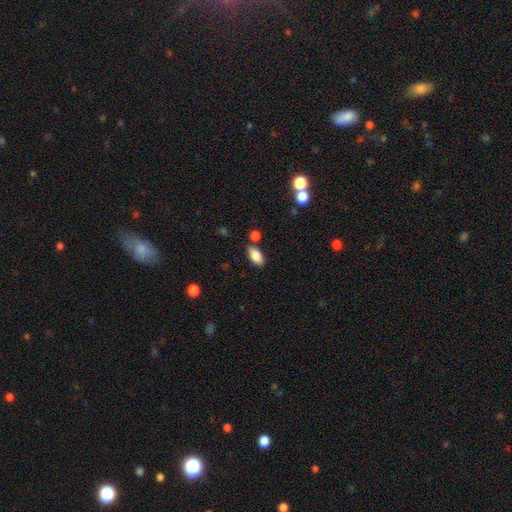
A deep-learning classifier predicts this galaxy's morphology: Smooth or featured: smooth — 84% (featured or disk — 9%)
How rounded: in between — 90% (cigar-shaped — 7%)
Merging: none — 80% (minor disturbance — 11%)